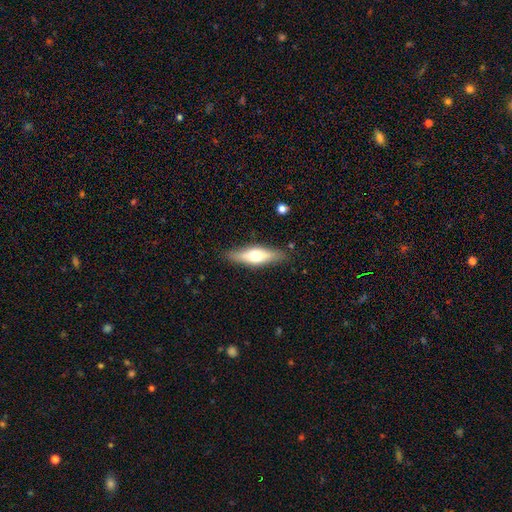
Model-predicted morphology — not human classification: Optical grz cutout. It shows a smooth galaxy with no disk features (50%). Merging: none (85%).